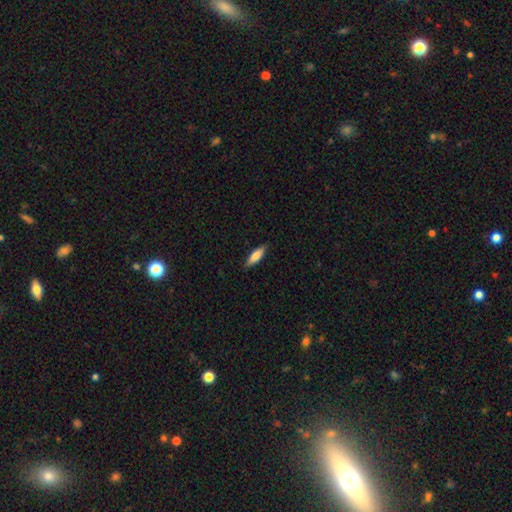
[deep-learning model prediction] This appears to be a smooth galaxy with no disk features (77%) that is cigar-shaped (55%). Merging: none (87%).